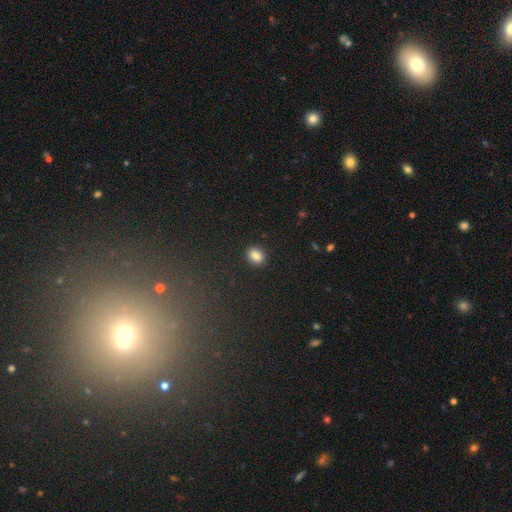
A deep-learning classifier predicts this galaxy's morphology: smooth-or-featured: smooth: 85% | star or artifact: 10% | featured or disk: 5%
  how-rounded: in between: 56% | round: 43% | cigar-shaped: 1%
  merging: none: 88% | minor disturbance: 8% | major disturbance: 2% | merger: 1%